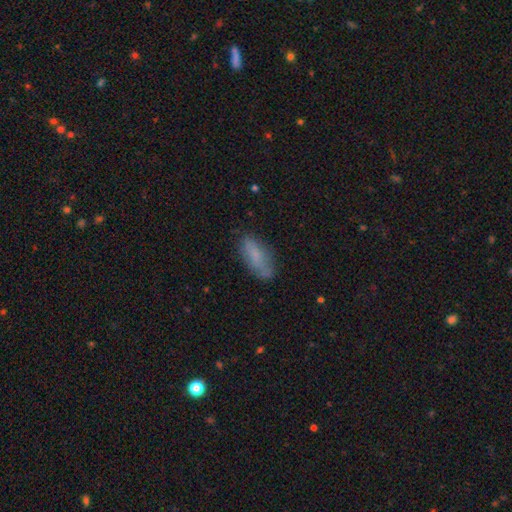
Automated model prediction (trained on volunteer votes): A smooth galaxy with no disk features (75%) that is in between round and cigar-shaped (76%).

Vote fractions:
- Smooth or featured? smooth: 75% / featured or disk: 17% / star or artifact: 8%
- How rounded? in between: 76% / cigar-shaped: 22% / round: 2%
- Merging? none: 69% / minor disturbance: 22% / major disturbance: 6% / merger: 3%